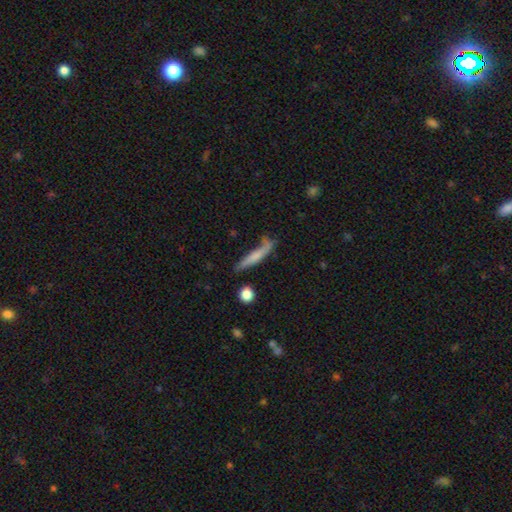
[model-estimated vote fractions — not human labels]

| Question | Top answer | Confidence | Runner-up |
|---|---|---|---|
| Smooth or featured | smooth | 59% | featured or disk (34%) |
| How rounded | cigar-shaped | 89% | in between (8%) |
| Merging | none | 56% | minor disturbance (26%) |